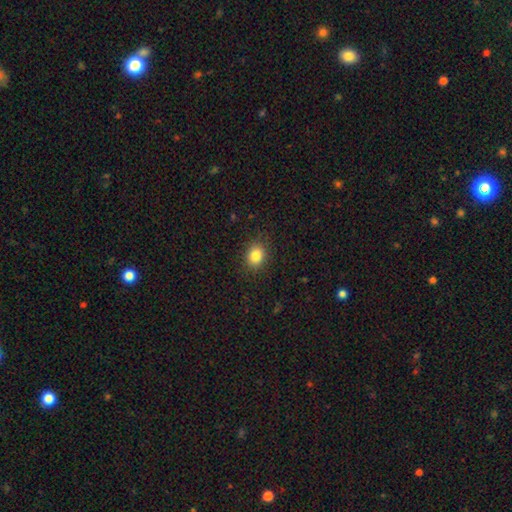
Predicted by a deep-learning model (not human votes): smooth_or_featured: smooth (p=0.84) [alt: star or artifact p=0.10]
how_rounded: round (p=0.57) [alt: in between p=0.42]
merging: none (p=0.88) [alt: minor disturbance p=0.08]